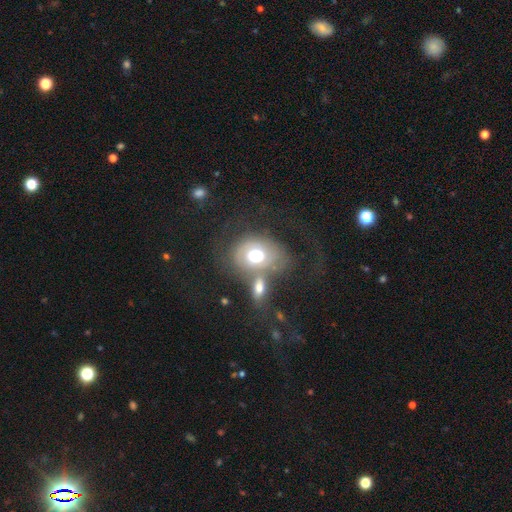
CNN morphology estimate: smooth-or-featured: featured or disk: 46% | smooth: 45% | star or artifact: 9%
  merging: none: 36% | merger: 34% | minor disturbance: 15% | major disturbance: 15%